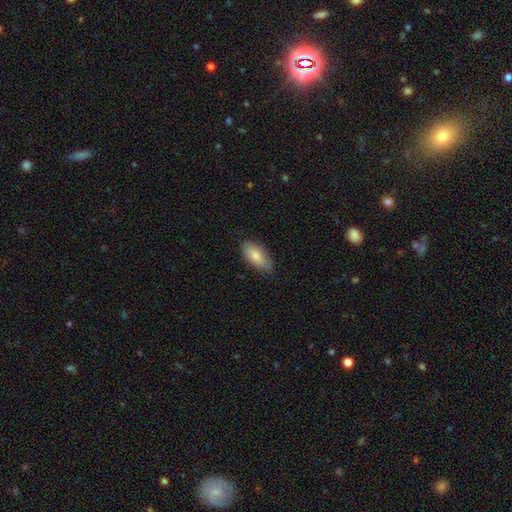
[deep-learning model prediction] A smooth galaxy with no disk features (83%) that is in between round and cigar-shaped (92%).

Vote fractions:
- Smooth or featured? smooth: 83% / featured or disk: 11% / star or artifact: 6%
- How rounded? in between: 92% / cigar-shaped: 6% / round: 2%
- Merging? none: 78% / minor disturbance: 18% / major disturbance: 3% / merger: 1%